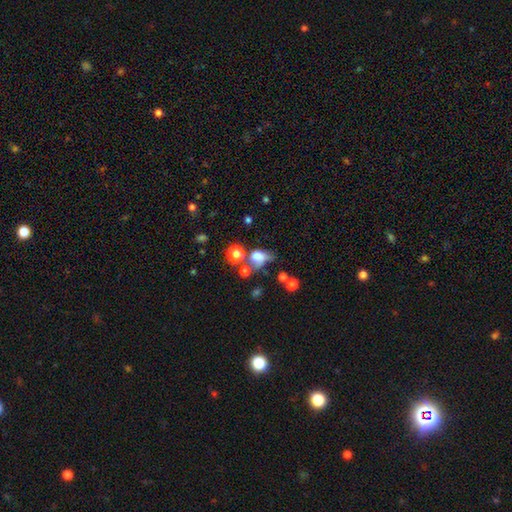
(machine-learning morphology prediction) type=smooth (65%); roundness=in between (59%); merging=none (29%).